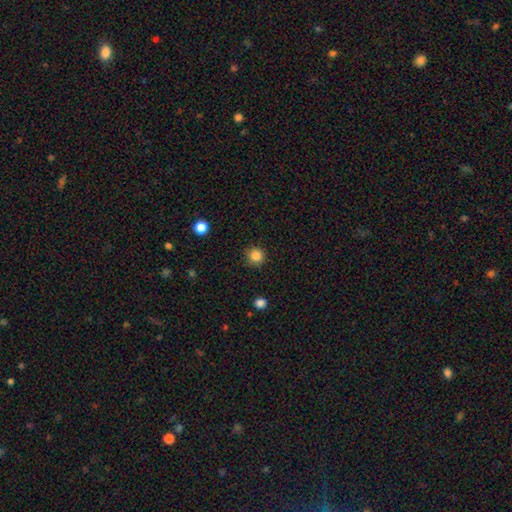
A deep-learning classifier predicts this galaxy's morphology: smooth 85%, star or artifact 11%, featured or disk 3%. Down the decision tree: how rounded — round (95%); merging — none (91%).